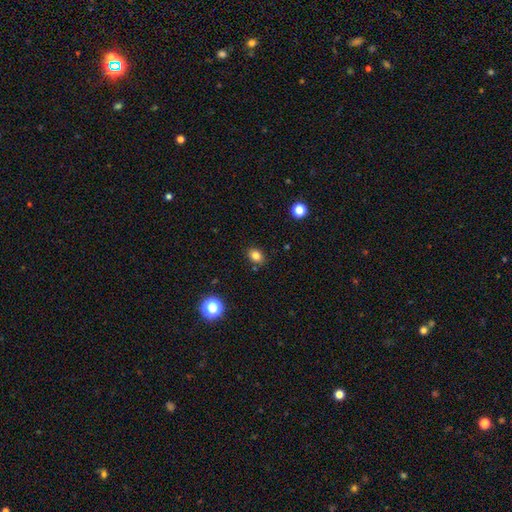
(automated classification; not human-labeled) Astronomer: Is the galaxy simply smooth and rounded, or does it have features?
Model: smooth — 82%.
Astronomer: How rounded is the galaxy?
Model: in between — 66%.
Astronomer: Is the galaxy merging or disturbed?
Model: none — 85%.